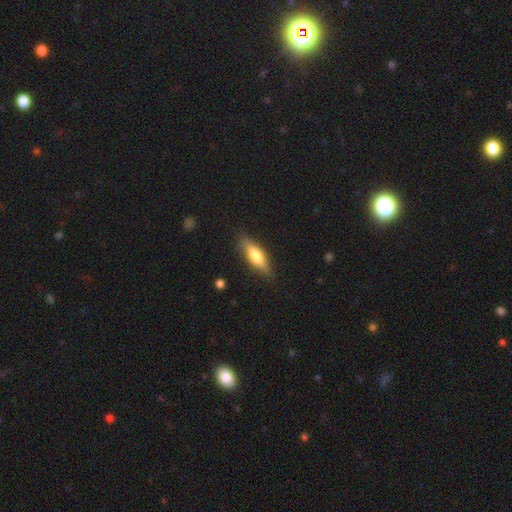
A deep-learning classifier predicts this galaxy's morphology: type=smooth (63%); roundness=cigar-shaped (53%); merging=none (84%).